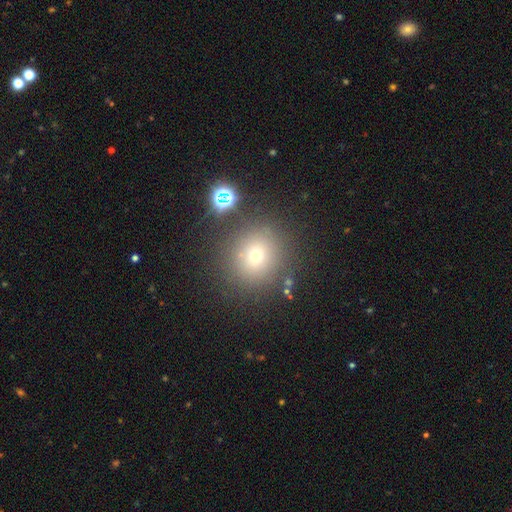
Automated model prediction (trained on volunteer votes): Smooth or featured? Predicted: smooth (p=0.66). How rounded? Predicted: round (p=0.90). Merging? Predicted: none (p=0.83).